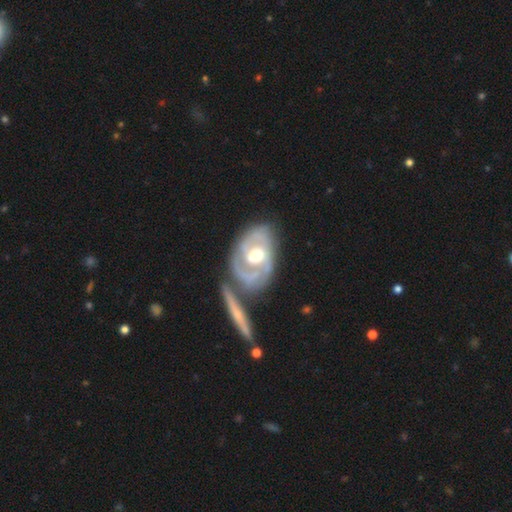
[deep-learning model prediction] This appears to be a featured or disk galaxy (81%) with a weak bar (41%, tied with no), 2 (61%) tight (50%) spiral arms (87%) and a moderate central bulge (74%). Merging: none (48%).